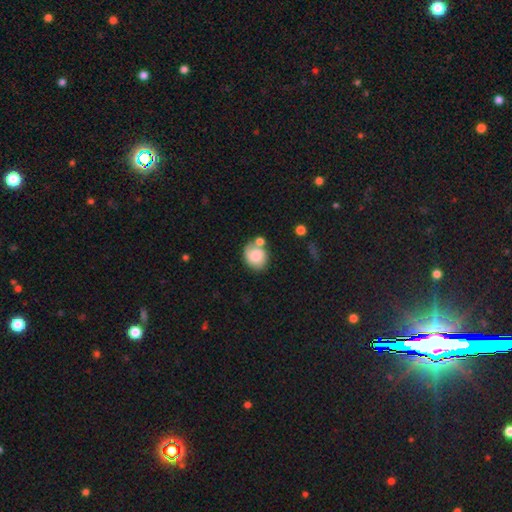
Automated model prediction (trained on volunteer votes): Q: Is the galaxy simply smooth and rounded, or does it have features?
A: smooth — 68%.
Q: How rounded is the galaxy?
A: round — 62%.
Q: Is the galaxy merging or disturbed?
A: none — 48%.